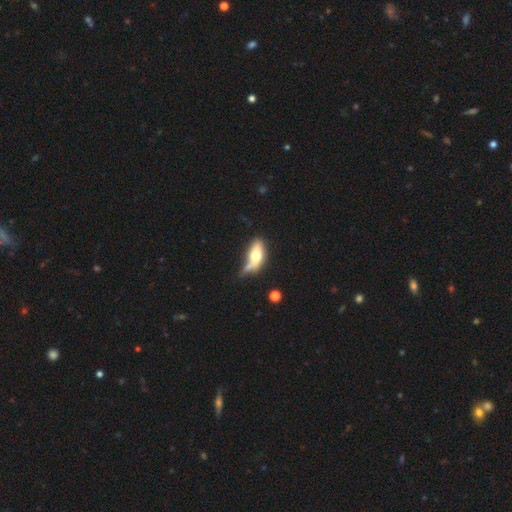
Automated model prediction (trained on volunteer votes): Smooth or featured?
  - smooth: 60% *
  - featured or disk: 33%
  - star or artifact: 7%
How rounded?
  - in between: 78% *
  - cigar-shaped: 16%
  - round: 6%
Merging?
  - none: 34% *
  - minor disturbance: 25%
  - merger: 24%
  - major disturbance: 17%